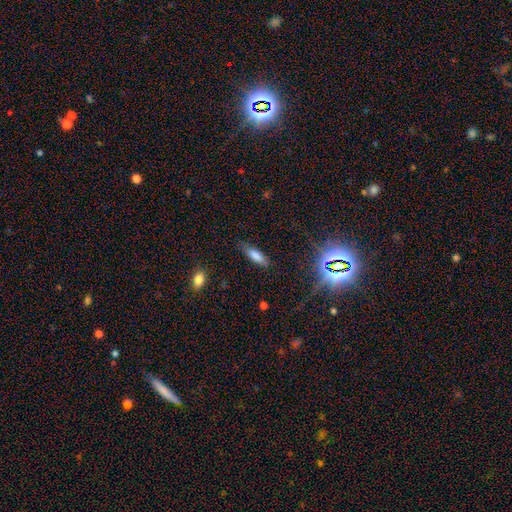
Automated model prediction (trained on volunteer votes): Overall: smooth (78%). How rounded: cigar-shaped (49%, tied with in between). Merging: none (78%).